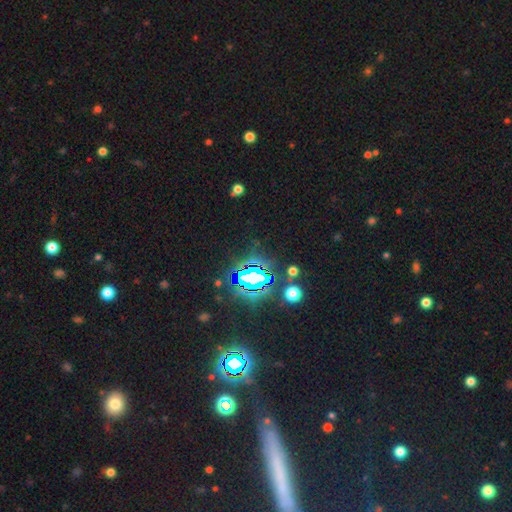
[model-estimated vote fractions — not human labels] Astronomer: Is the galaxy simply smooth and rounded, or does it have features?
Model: star or artifact — 76%.